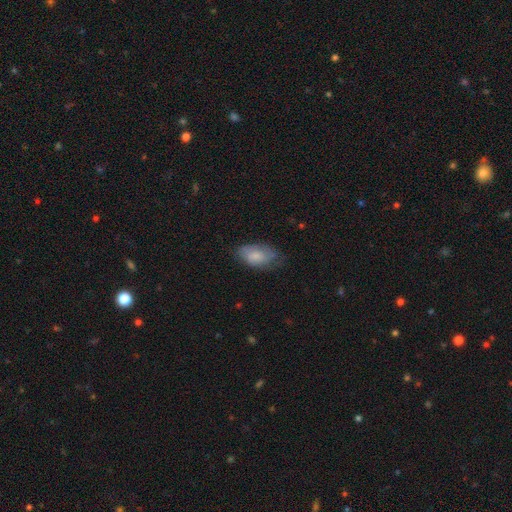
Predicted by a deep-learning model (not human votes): Smooth or featured? Predicted: smooth (p=0.78). How rounded? Predicted: in between (p=0.92). Merging? Predicted: none (p=0.60).